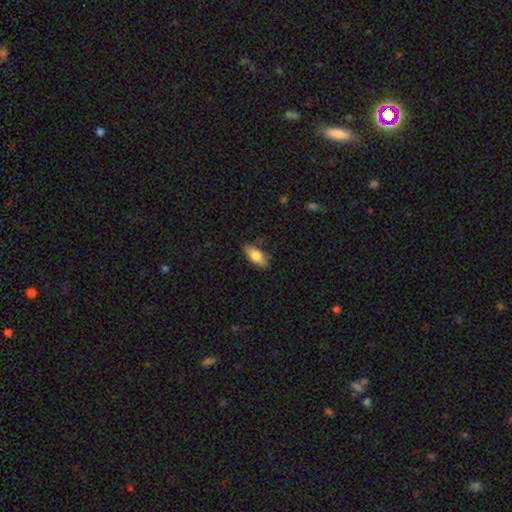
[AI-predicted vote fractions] A smooth galaxy with no disk features (77%) that is in between round and cigar-shaped (83%).

Vote fractions:
- Smooth or featured? smooth: 77% / featured or disk: 16% / star or artifact: 7%
- How rounded? in between: 83% / cigar-shaped: 14% / round: 3%
- Merging? none: 79% / minor disturbance: 16% / major disturbance: 3% / merger: 1%